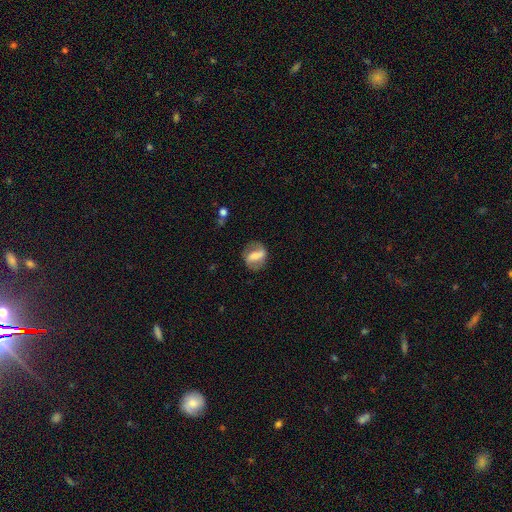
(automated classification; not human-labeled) Morphology: type=featured or disk (56%); edge-on=no (92%); bar=strong (60%); spiral arms=yes (62%); bulge=moderate (35%); merging=none (74%).